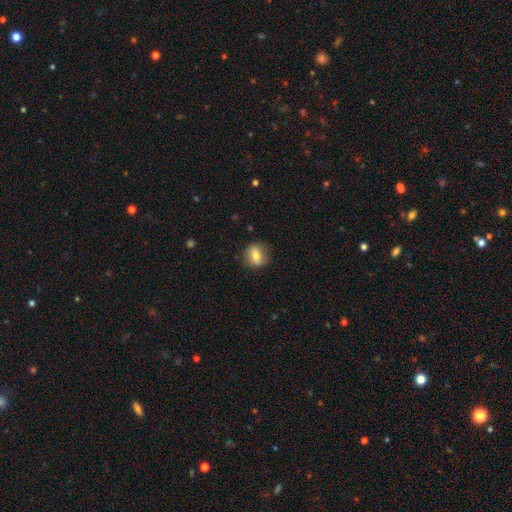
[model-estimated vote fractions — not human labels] smooth-or-featured: smooth: 67% | featured or disk: 25% | star or artifact: 8%
  how-rounded: round: 63% | in between: 35% | cigar-shaped: 3%
  merging: none: 83% | minor disturbance: 12% | major disturbance: 4% | merger: 1%